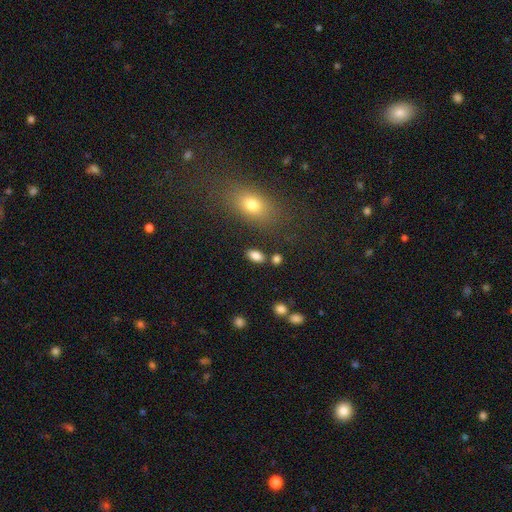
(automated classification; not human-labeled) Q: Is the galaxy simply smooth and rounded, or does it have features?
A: smooth — 84%.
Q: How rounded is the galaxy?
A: in between — 90%.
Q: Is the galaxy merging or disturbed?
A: none — 82%.